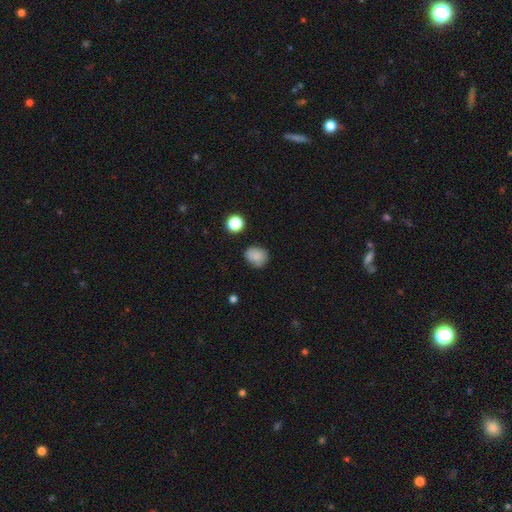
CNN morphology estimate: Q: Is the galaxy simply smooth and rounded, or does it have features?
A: smooth — 82%.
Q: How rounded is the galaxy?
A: round — 67%.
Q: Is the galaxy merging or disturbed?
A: none — 69%.